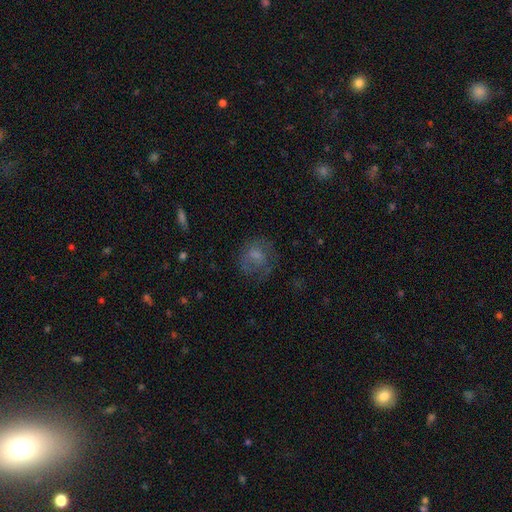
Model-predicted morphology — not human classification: Smooth or featured? Predicted: smooth (p=0.58). How rounded? Predicted: round (p=0.72). Merging? Predicted: none (p=0.55).